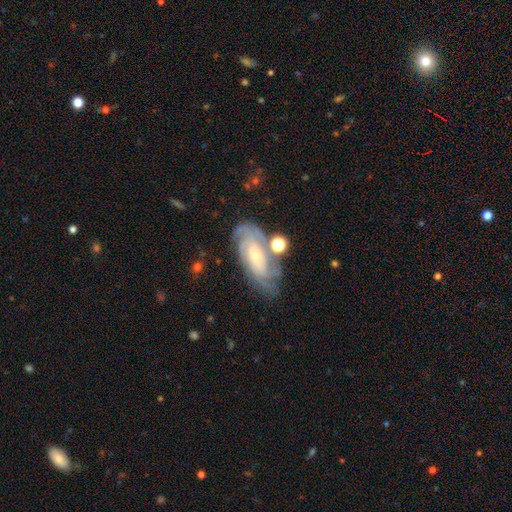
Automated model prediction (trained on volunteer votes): This appears to be a featured or disk galaxy (83%) with no bar (67%), tight (71%) spiral arms (96%) and a small central bulge (73%). Merging: none (69%).